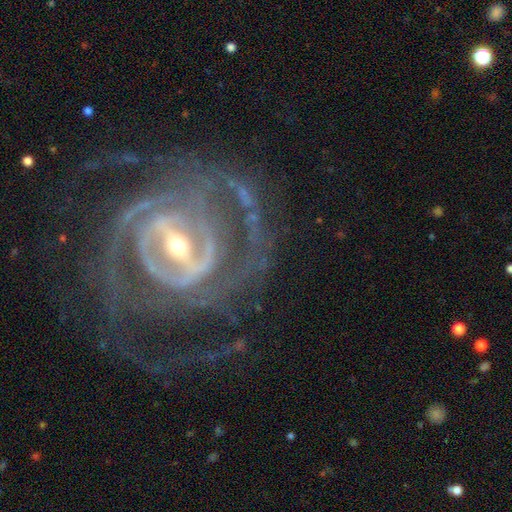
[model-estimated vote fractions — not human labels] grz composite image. It shows a featured or disk galaxy (91%) with a strong bar (71%), 2 (33%) tight (55%) spiral arms (96%) and a small central bulge (61%). Merging: none (54%).